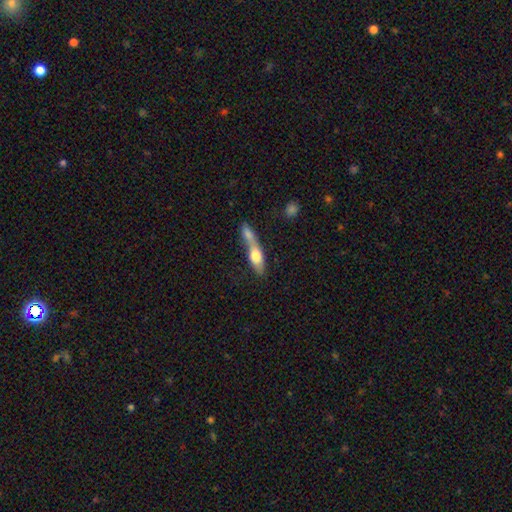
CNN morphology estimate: smooth_or_featured: smooth (p=0.65) [alt: featured or disk p=0.28]
how_rounded: in between (p=0.56) [alt: cigar-shaped p=0.38]
merging: merger (p=0.66) [alt: none p=0.20]